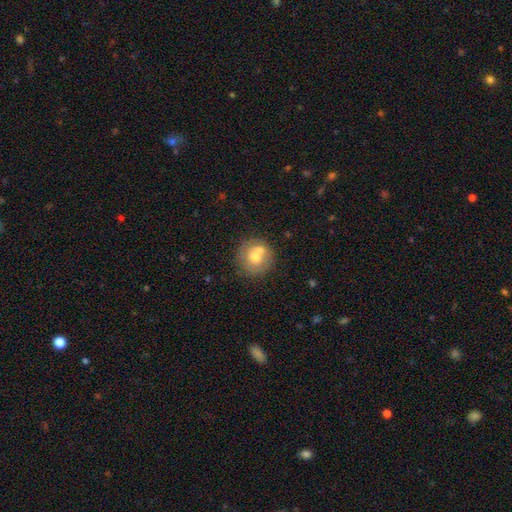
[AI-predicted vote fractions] Smooth or featured? smooth (60%)
How rounded? round (89%)
Merging? none (55%)